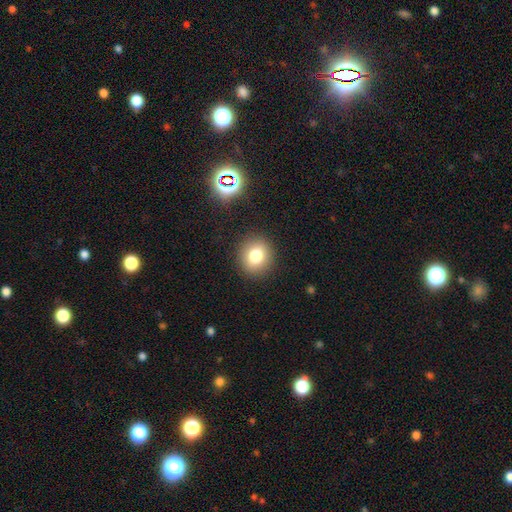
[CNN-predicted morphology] Q: Smooth or featured?
A: smooth (77%); runner-up: star or artifact (13%)
Q: How rounded?
A: round (79%); runner-up: in between (20%)
Q: Merging?
A: none (89%); runner-up: minor disturbance (7%)